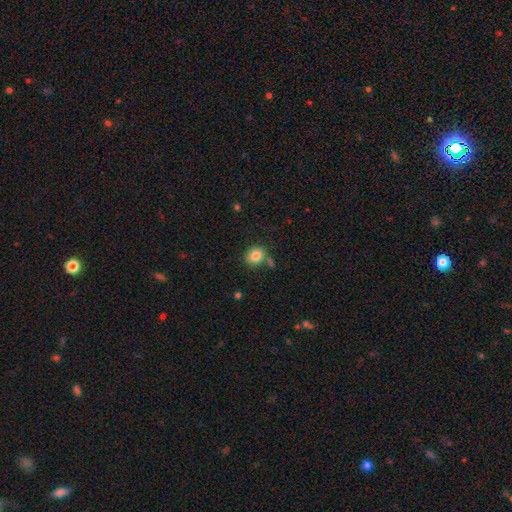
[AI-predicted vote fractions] smooth_or_featured: smooth (p=0.84) [alt: star or artifact p=0.09]
how_rounded: round (p=0.57) [alt: in between p=0.42]
merging: none (p=0.72) [alt: minor disturbance p=0.14]